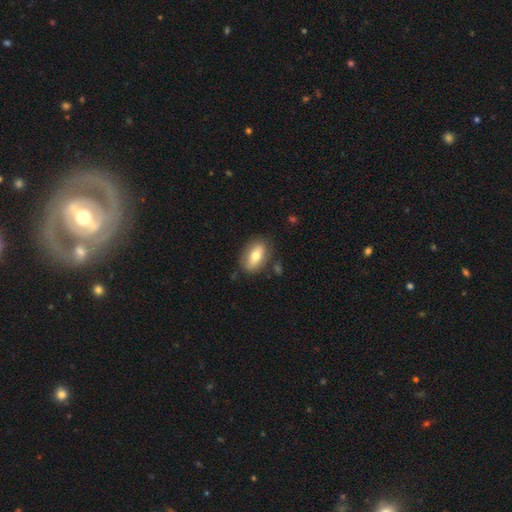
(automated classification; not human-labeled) smooth-or-featured: smooth: 67% | featured or disk: 26% | star or artifact: 7%
  how-rounded: in between: 86% | round: 9% | cigar-shaped: 5%
  merging: none: 80% | minor disturbance: 13% | major disturbance: 4% | merger: 3%